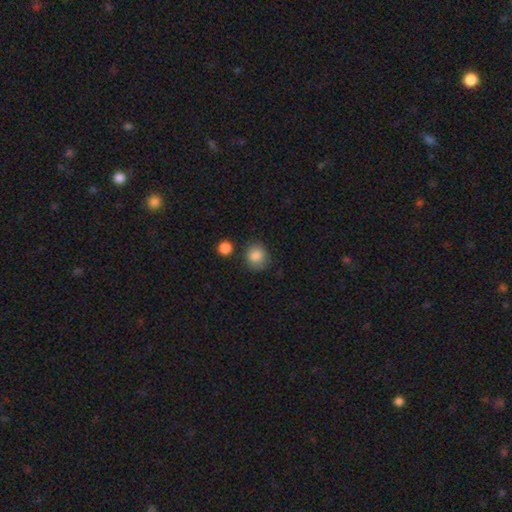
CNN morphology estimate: This is clearly a smooth galaxy (86%). How rounded: clearly round (83%). Merging: likely none (77%).